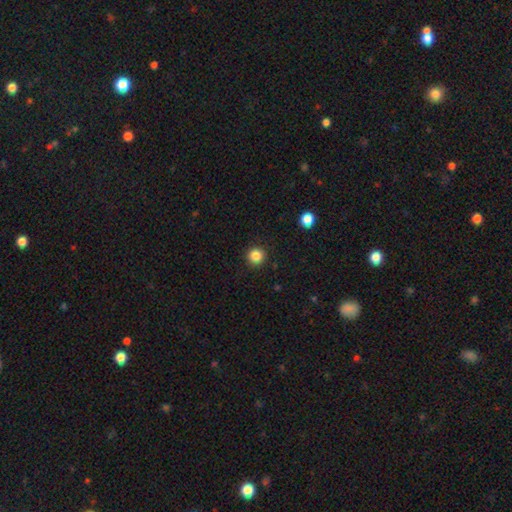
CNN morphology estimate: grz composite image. It shows a smooth galaxy with no disk features (85%) that is round (95%). Merging: none (92%).